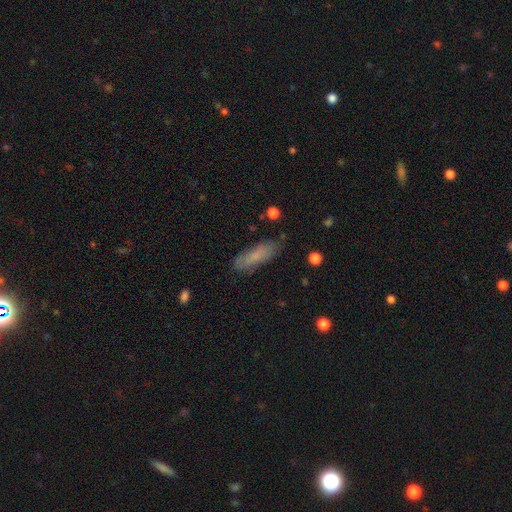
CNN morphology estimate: This is likely a smooth galaxy (73%). How rounded: possibly cigar-shaped (54%). Merging: clearly none (80%).